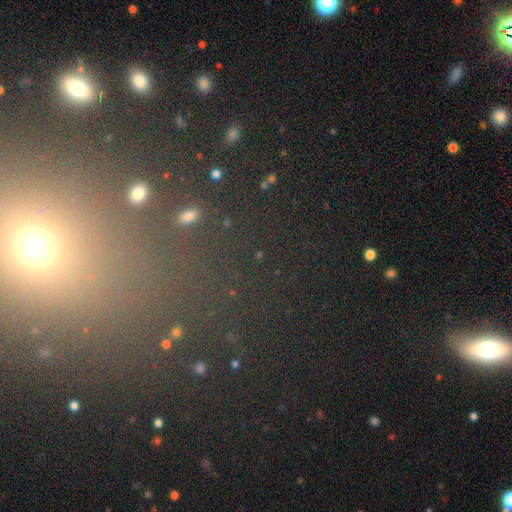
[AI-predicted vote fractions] Morphology: type=star or artifact (50%).